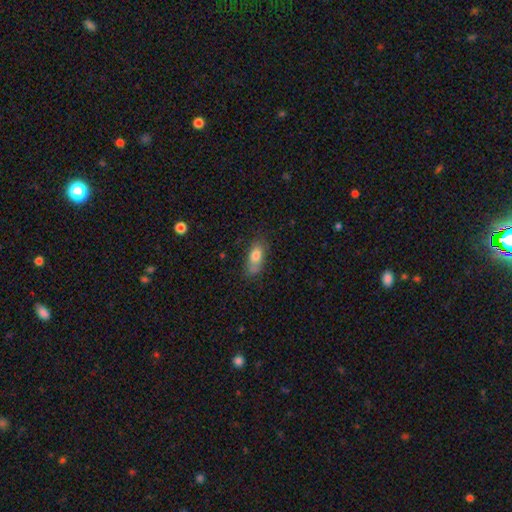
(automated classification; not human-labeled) A smooth galaxy with no disk features (77%) that is in between round and cigar-shaped (84%). Merging: none (61%).